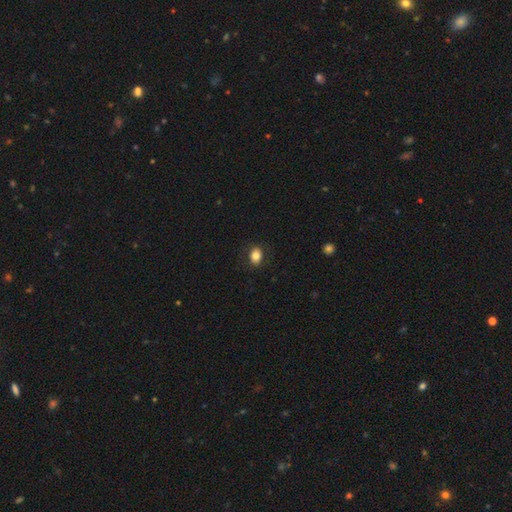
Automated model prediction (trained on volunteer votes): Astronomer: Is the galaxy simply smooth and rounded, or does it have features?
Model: smooth — 83%.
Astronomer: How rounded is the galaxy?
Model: in between — 69%.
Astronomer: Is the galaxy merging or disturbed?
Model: none — 85%.